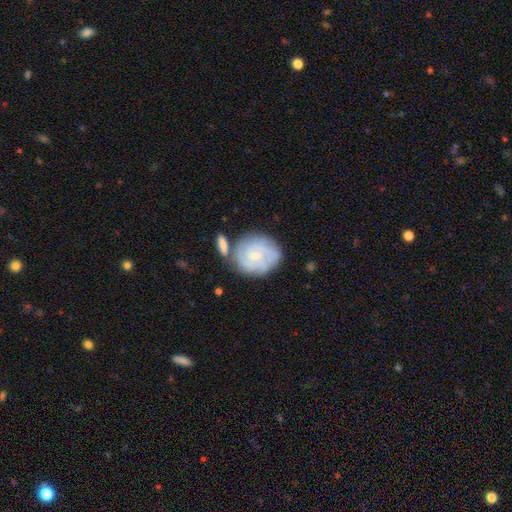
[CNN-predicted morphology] Overall: featured or disk (72%). Edge-on disk: no (97%). Bar: no (65%; weak 30%). Spiral arms: yes (91%). Spiral arm count: can't tell (35%; 3 23%). Spiral winding: tight (70%). Bulge size: small (70%). Merging: none (63%).